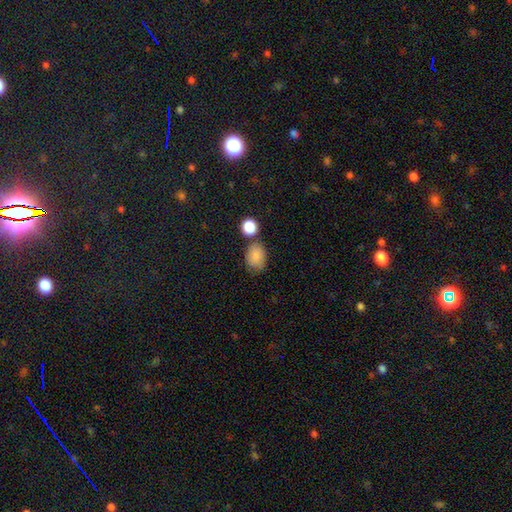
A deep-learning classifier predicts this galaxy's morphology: smooth 84%, star or artifact 9%, featured or disk 7%. Down the decision tree: how rounded — in between (67%); merging — none (64%).